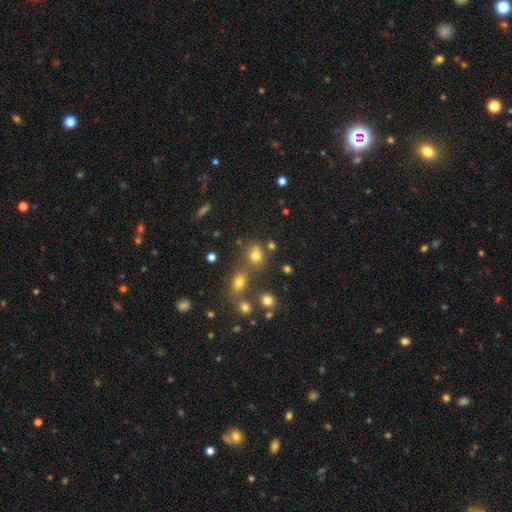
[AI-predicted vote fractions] This appears to be a smooth galaxy with no disk features (72%) that is round (69%). Merging: none (61%).